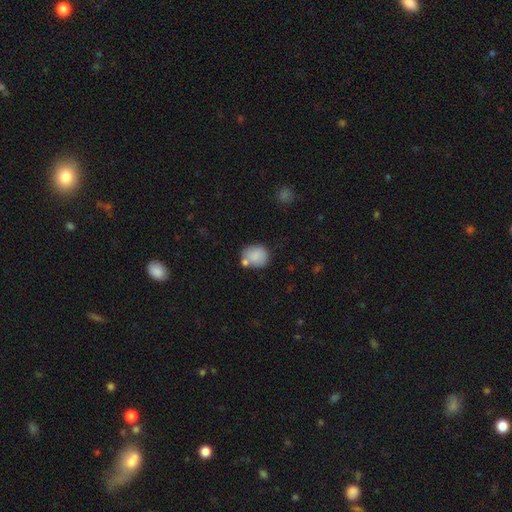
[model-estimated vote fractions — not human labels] Overall: smooth (84%). How rounded: round (70%). Merging: none (60%).